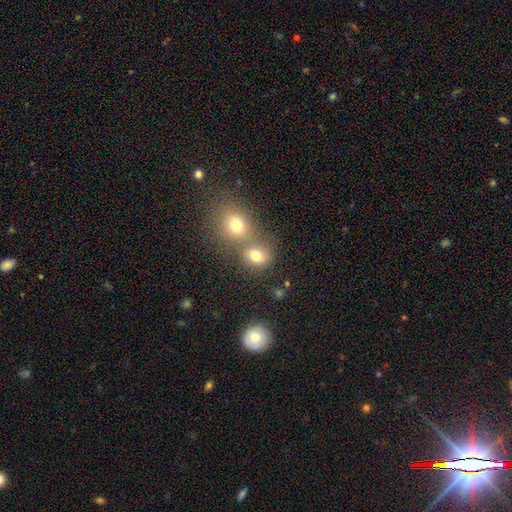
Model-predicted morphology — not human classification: type=smooth (75%); roundness=round (73%); merging=none (48%).